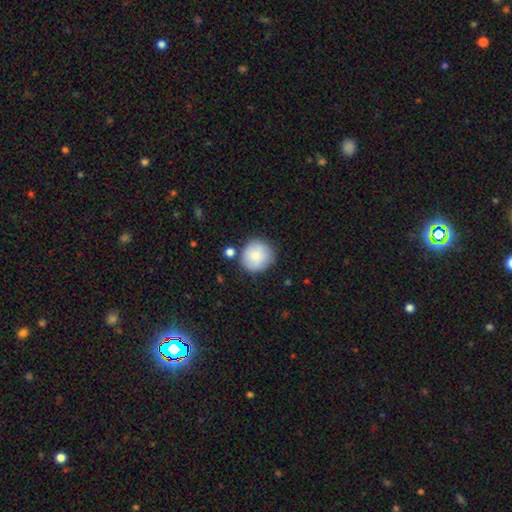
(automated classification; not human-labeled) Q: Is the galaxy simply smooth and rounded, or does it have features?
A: smooth — 82%.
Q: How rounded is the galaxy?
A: round — 92%.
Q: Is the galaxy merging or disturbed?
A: none — 74%.